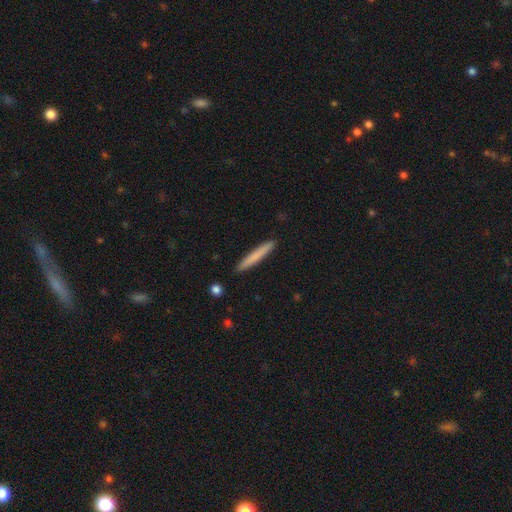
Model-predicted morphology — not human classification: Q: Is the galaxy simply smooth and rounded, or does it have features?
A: smooth — 76%.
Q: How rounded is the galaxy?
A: cigar-shaped — 96%.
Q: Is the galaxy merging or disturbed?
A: none — 91%.